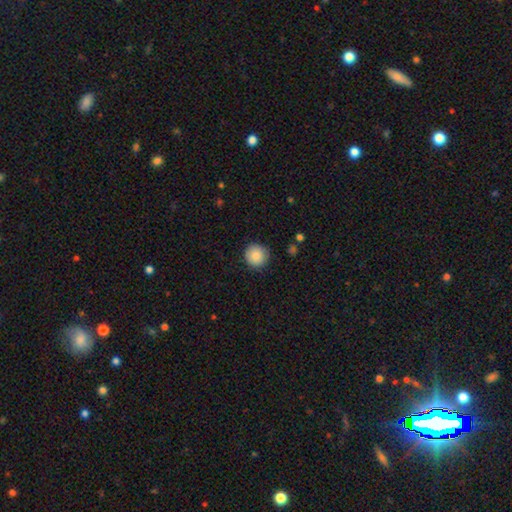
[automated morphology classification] smooth_or_featured: smooth (p=0.87) [alt: star or artifact p=0.08]
how_rounded: round (p=0.95) [alt: in between p=0.04]
merging: none (p=0.89) [alt: minor disturbance p=0.08]